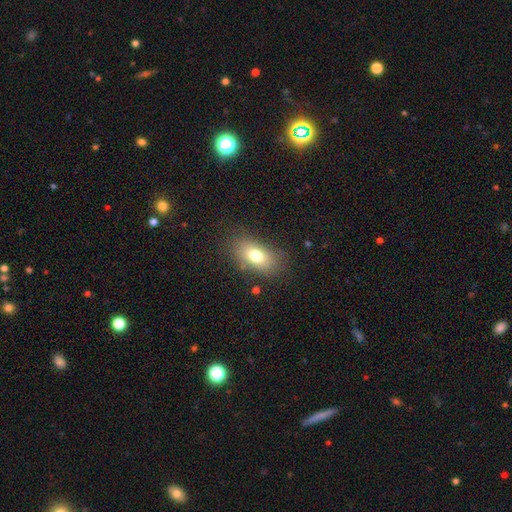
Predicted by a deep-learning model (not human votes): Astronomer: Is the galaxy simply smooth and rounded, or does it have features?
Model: smooth — 75%.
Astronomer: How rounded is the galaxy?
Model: in between — 86%.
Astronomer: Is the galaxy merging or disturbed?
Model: none — 80%.